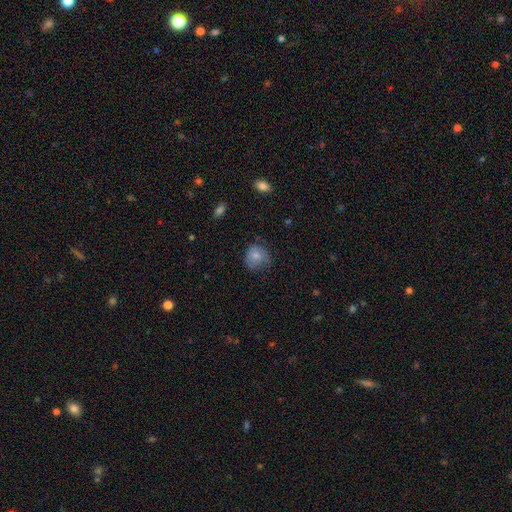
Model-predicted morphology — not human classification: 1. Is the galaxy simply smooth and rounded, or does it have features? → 72% smooth, 20% featured or disk, 8% star or artifact.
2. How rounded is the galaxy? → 76% round, 23% in between, 1% cigar-shaped.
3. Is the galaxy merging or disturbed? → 53% none, 31% minor disturbance, 14% major disturbance, 1% merger.